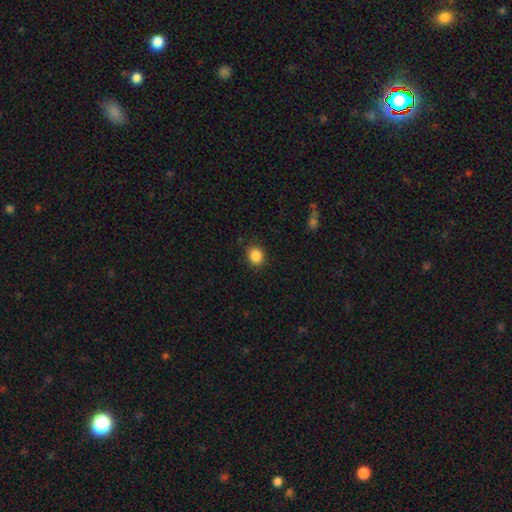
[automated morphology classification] Q: Smooth or featured?
A: smooth (86%); runner-up: star or artifact (10%)
Q: How rounded?
A: round (74%); runner-up: in between (25%)
Q: Merging?
A: none (87%); runner-up: minor disturbance (9%)